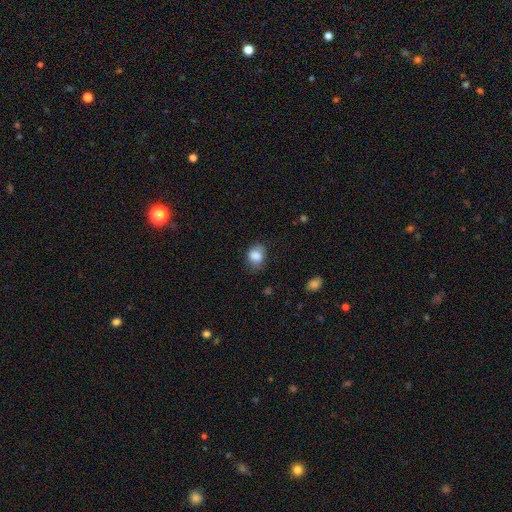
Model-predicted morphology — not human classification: smooth 85%, star or artifact 9%, featured or disk 6%. Down the decision tree: how rounded — in between (52%); merging — none (65%).